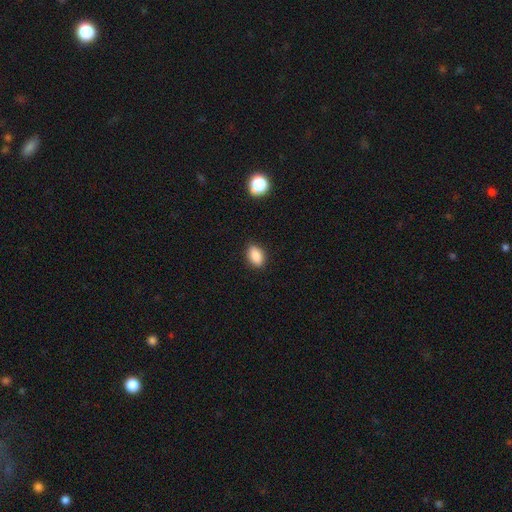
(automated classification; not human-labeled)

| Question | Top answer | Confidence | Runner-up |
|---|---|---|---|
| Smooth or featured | smooth | 87% | star or artifact (8%) |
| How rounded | in between | 87% | round (10%) |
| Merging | none | 87% | minor disturbance (9%) |